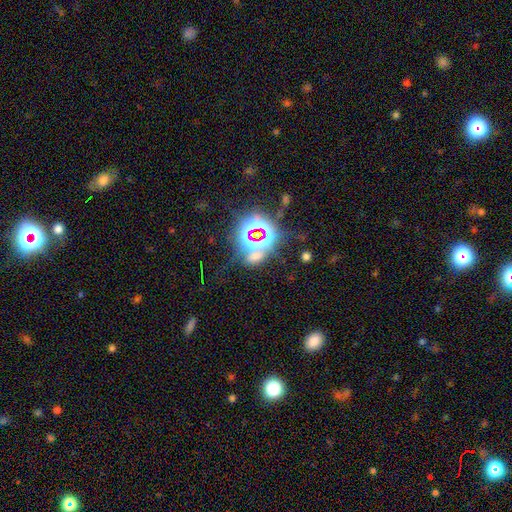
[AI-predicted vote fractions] This appears to be a star or artifact, not a galaxy (64%).